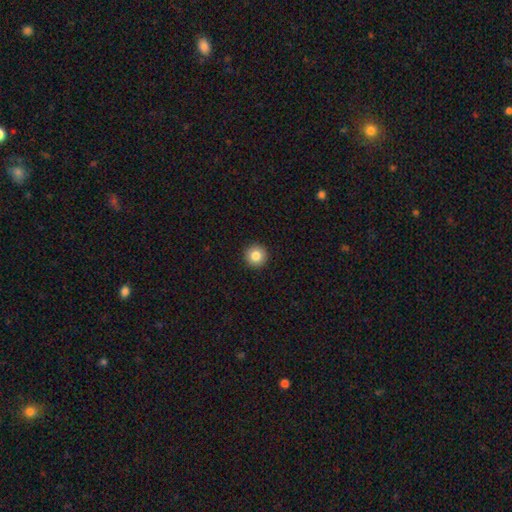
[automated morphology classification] This is clearly a smooth galaxy (84%). How rounded: clearly round (96%). Merging: clearly none (94%).